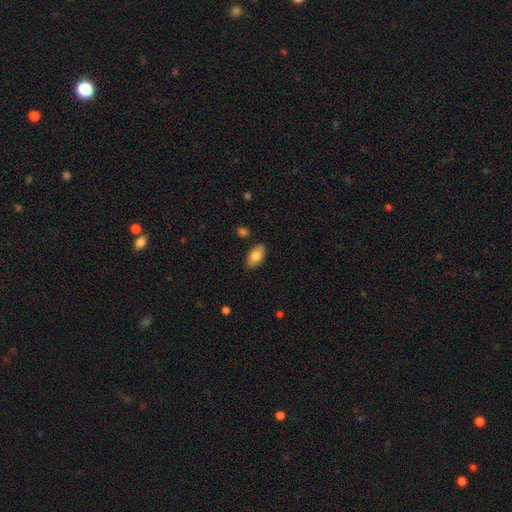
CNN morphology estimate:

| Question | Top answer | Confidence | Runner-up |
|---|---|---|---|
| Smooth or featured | smooth | 77% | featured or disk (16%) |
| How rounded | in between | 93% | round (5%) |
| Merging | none | 83% | minor disturbance (13%) |